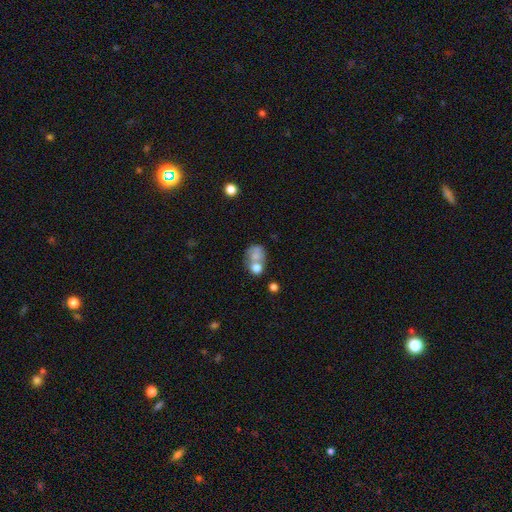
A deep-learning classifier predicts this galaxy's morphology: Smooth or featured: smooth — 64% (featured or disk — 26%)
How rounded: round — 52% (in between — 47%)
Merging: merger — 47% (none — 28%)